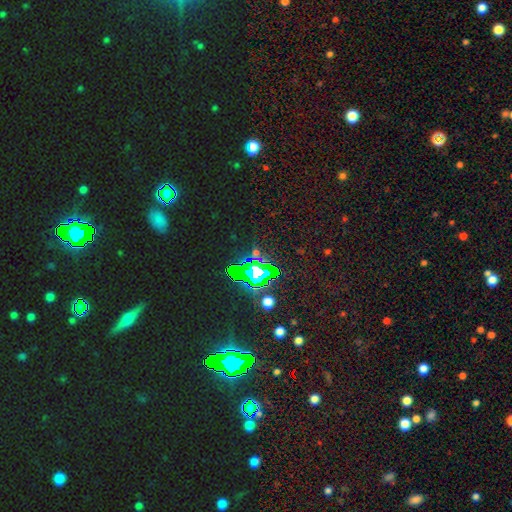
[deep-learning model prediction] Overall: star or artifact (78%).